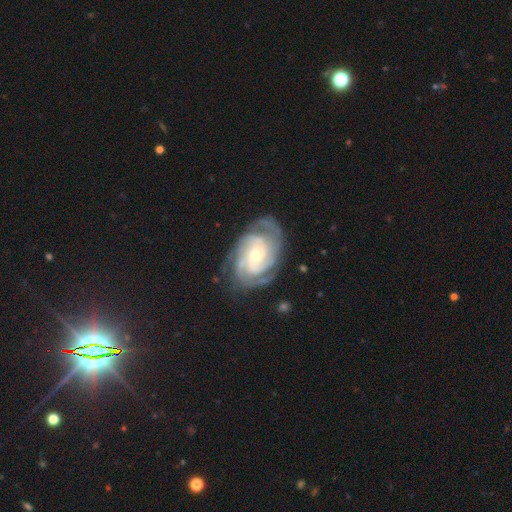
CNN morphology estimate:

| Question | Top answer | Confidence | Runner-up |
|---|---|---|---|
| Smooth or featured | featured or disk | 89% | smooth (6%) |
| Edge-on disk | no | 97% | yes (3%) |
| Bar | no | 55% | weak (34%) |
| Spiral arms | yes | 98% | no (2%) |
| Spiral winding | tight | 65% | medium (30%) |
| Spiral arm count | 3 | 29% | 4 (23%) |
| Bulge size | small | 55% | moderate (40%) |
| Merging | none | 76% | minor disturbance (17%) |